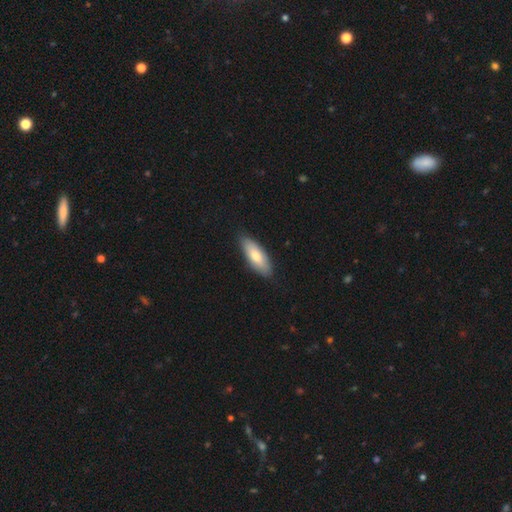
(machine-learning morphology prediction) Q: Smooth or featured?
A: smooth (76%); runner-up: featured or disk (19%)
Q: How rounded?
A: in between (71%); runner-up: cigar-shaped (28%)
Q: Merging?
A: none (85%); runner-up: minor disturbance (12%)